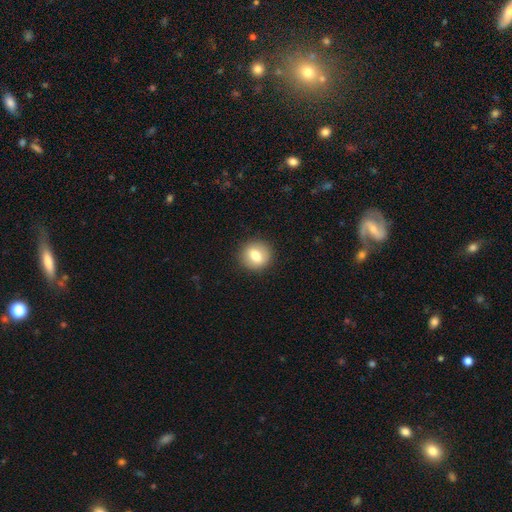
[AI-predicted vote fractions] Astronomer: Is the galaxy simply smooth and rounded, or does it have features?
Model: smooth — 74%.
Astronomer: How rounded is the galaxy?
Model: round — 83%.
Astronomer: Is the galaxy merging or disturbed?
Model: none — 89%.